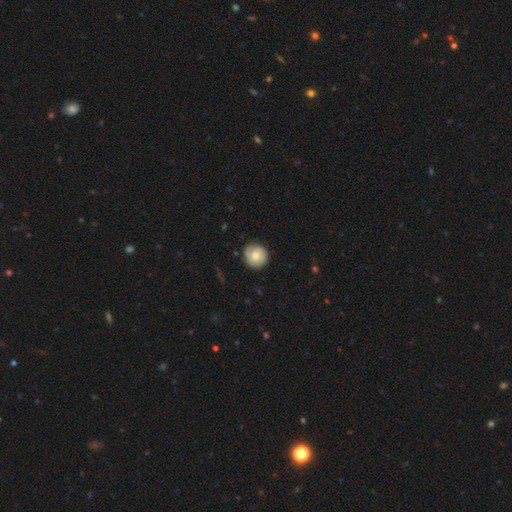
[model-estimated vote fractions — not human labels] A smooth galaxy with no disk features (62%) that is round (91%). Merging: none (82%).